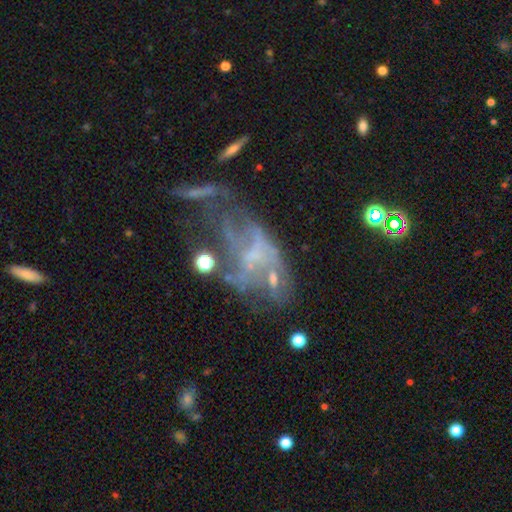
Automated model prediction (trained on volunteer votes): Smooth or featured?
  - featured or disk: 64% *
  - smooth: 18%
  - star or artifact: 18%
Edge-on disk?
  - no: 95% *
  - yes: 5%
Bar?
  - no: 76% *
  - weak: 18%
  - strong: 6%
Spiral arms?
  - no: 66% *
  - yes: 34%
Bulge size?
  - none: 64% *
  - small: 23%
  - moderate: 10%
  - large: 2%
  - dominant: 1%
Merging?
  - major disturbance: 43% *
  - none: 23%
  - merger: 18%
  - minor disturbance: 16%